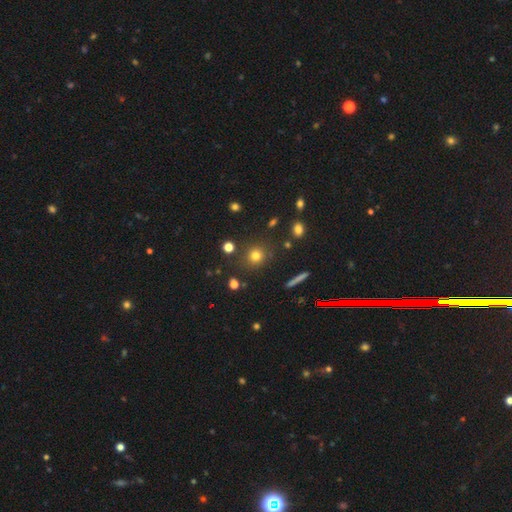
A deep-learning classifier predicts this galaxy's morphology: Smooth or featured? smooth (76%)
How rounded? round (90%)
Merging? none (85%)